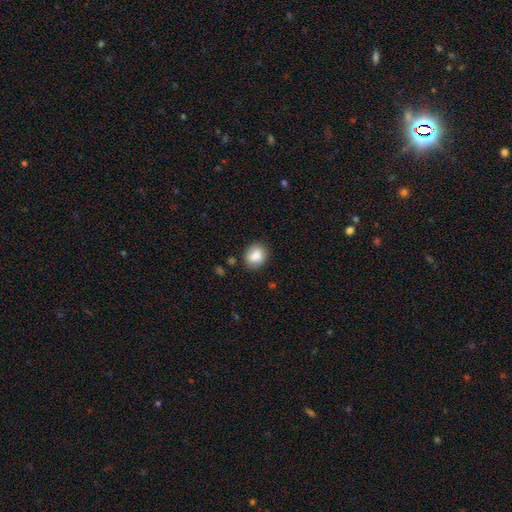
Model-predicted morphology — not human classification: This appears to be a smooth galaxy with no disk features (84%) that is round (54%). Merging: none (80%).